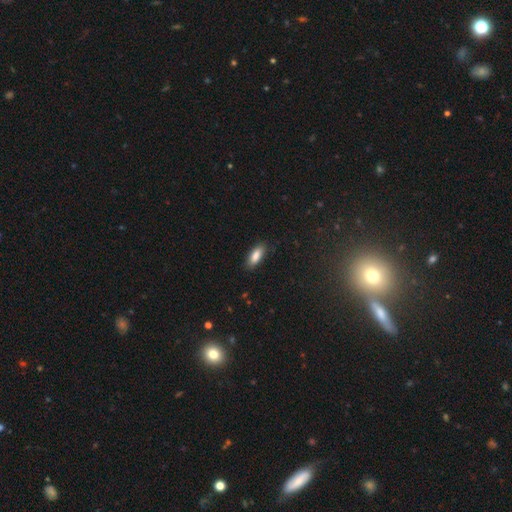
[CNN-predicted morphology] This appears to be a smooth galaxy with no disk features (85%) that is in between round and cigar-shaped (72%). Merging: none (86%).